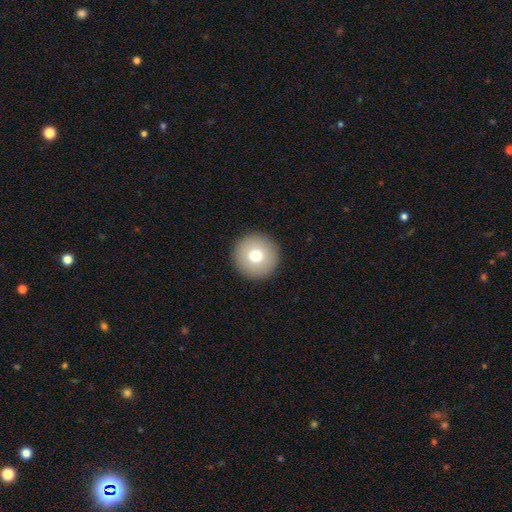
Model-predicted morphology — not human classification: Q: Smooth or featured?
A: smooth (74%); runner-up: featured or disk (16%)
Q: How rounded?
A: round (96%); runner-up: in between (3%)
Q: Merging?
A: none (93%); runner-up: minor disturbance (4%)